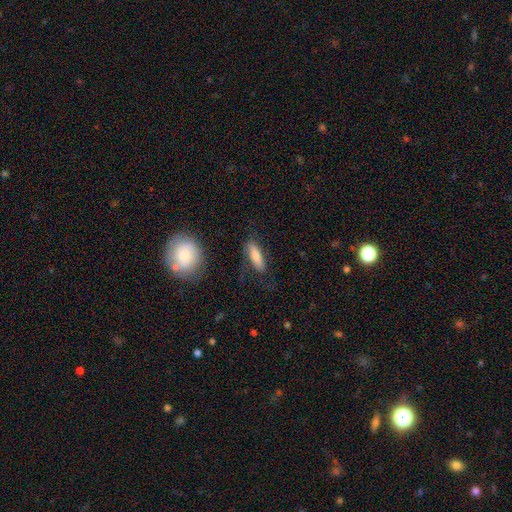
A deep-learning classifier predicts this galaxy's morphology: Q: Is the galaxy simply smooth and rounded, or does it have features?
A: smooth — 68%.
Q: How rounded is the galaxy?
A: cigar-shaped — 52%.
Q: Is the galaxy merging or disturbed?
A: none — 70%.